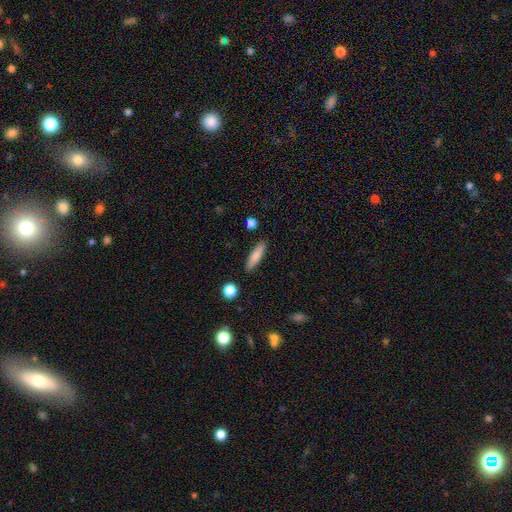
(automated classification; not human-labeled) This appears to be a smooth galaxy with no disk features (80%) that is cigar-shaped (77%). Merging: none (89%).